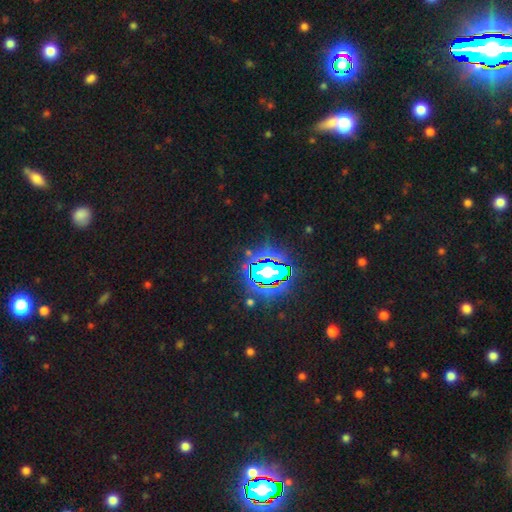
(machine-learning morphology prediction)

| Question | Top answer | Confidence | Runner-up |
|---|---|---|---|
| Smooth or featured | star or artifact | 81% | smooth (11%) |